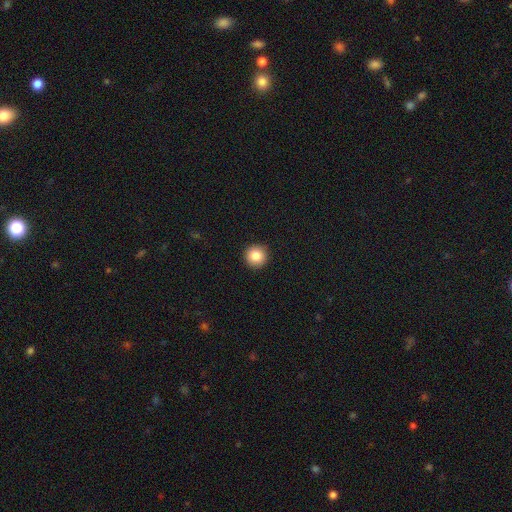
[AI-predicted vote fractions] A smooth galaxy with no disk features (85%) that is round (96%). Merging: none (93%).